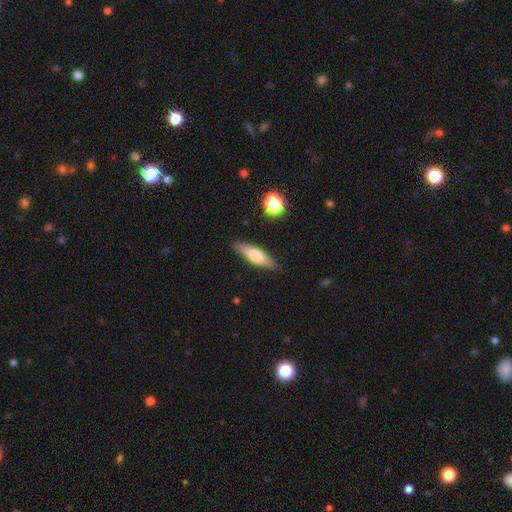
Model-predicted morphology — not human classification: Smooth or featured: smooth — 62% (featured or disk — 32%)
How rounded: cigar-shaped — 62% (in between — 35%)
Merging: none — 87% (minor disturbance — 9%)